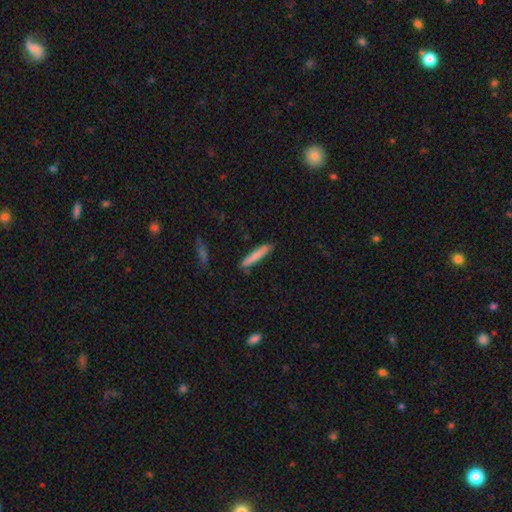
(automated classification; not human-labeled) This appears to be a smooth galaxy with no disk features (75%) that is cigar-shaped (91%). Merging: none (85%).